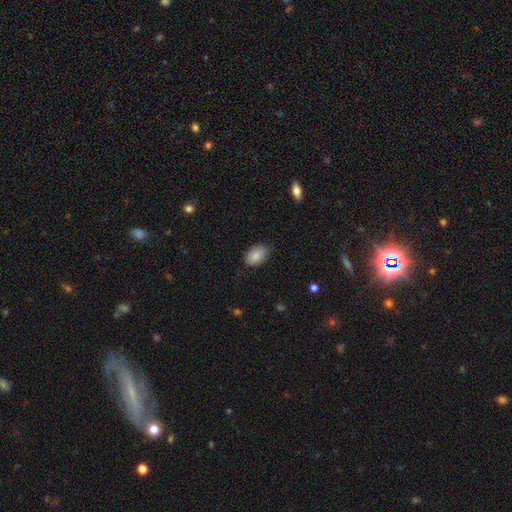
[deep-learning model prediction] Overall: smooth (85%). How rounded: in between (89%). Merging: none (75%).